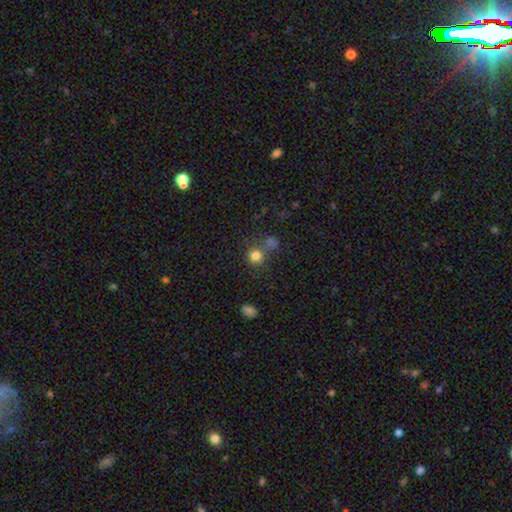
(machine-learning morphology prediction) type=smooth (80%); roundness=round (89%); merging=none (60%).